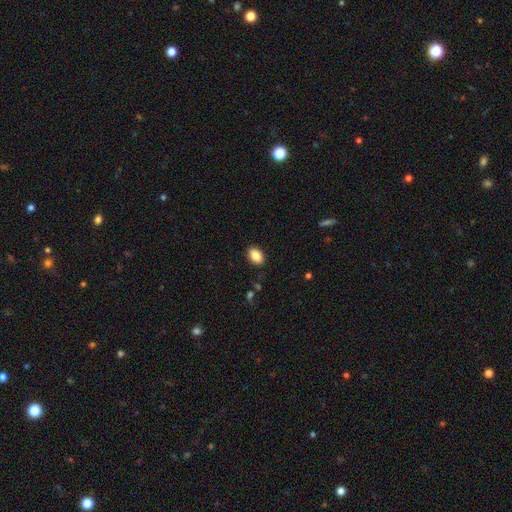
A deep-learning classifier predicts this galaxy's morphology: The model was most divided on "how rounded": in between: 88%, round: 11%, cigar-shaped: 1%. More confident: merging — none (88%); smooth or featured — smooth (87%).